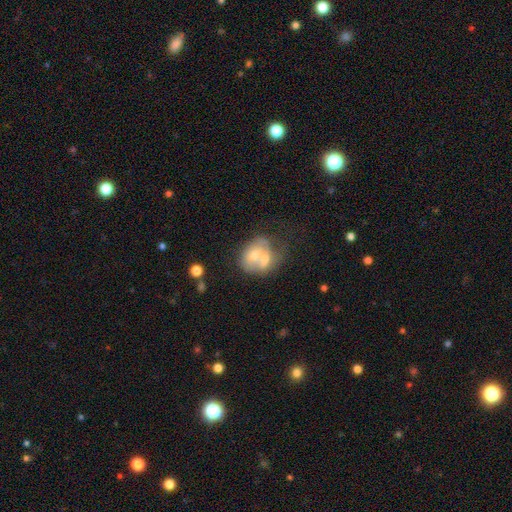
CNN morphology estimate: The model was most divided on "how rounded": in between: 52%, round: 47%, cigar-shaped: 1%. More confident: merging — merger (66%); smooth or featured — smooth (54%).